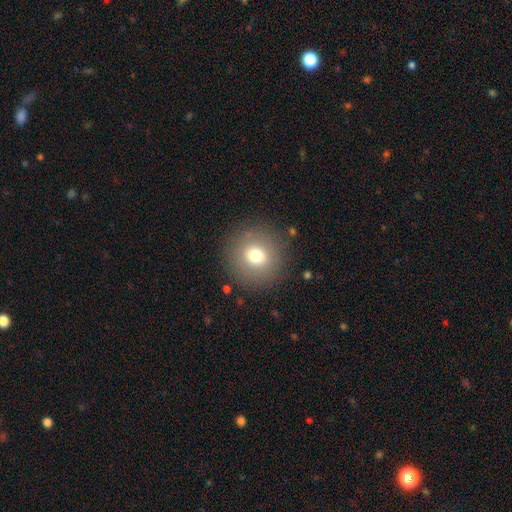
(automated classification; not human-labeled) Morphology: type=smooth (74%); roundness=round (94%); merging=none (88%).